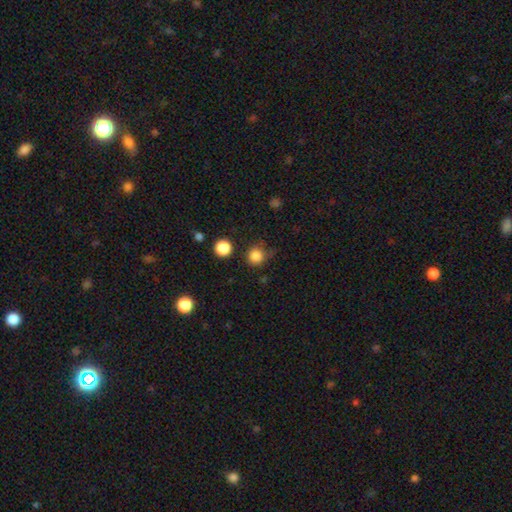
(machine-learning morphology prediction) This is clearly a smooth galaxy (84%). How rounded: clearly round (92%). Merging: likely none (73%).